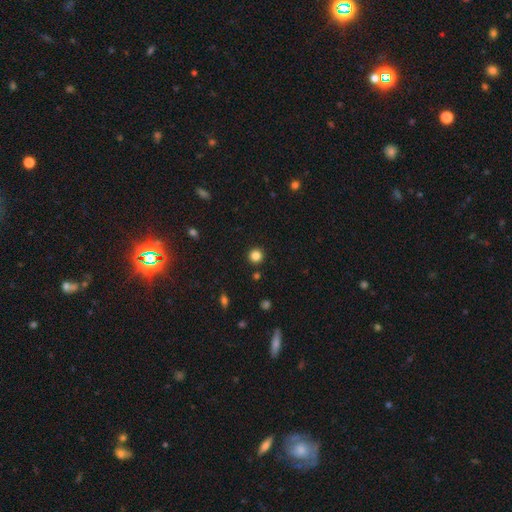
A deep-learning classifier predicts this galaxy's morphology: Q: Smooth or featured?
A: smooth (84%); runner-up: star or artifact (12%)
Q: How rounded?
A: round (95%); runner-up: in between (4%)
Q: Merging?
A: none (91%); runner-up: minor disturbance (5%)